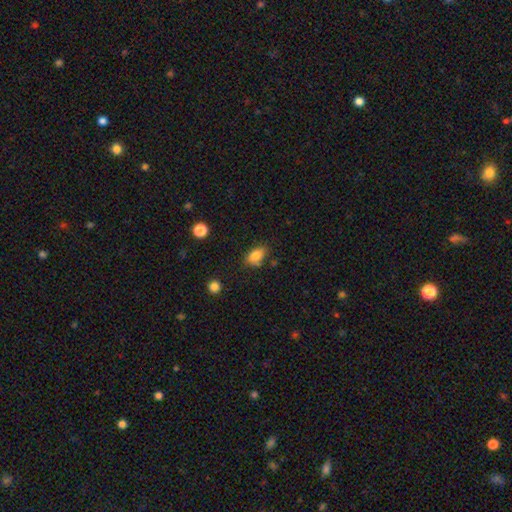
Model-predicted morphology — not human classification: This appears to be a smooth galaxy with no disk features (83%) that is in between round and cigar-shaped (84%). Merging: none (67%).